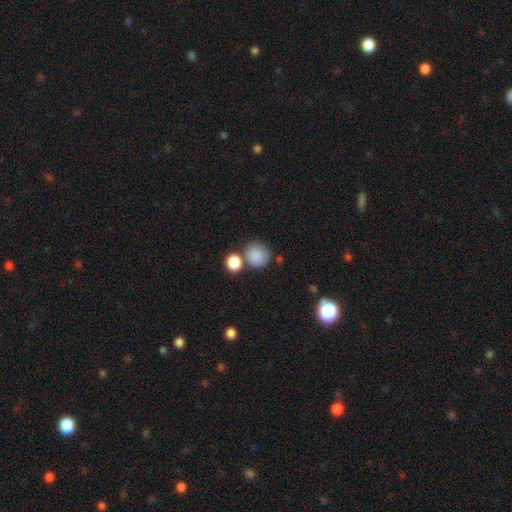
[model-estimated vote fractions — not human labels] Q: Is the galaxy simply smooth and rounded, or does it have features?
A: smooth — 86%.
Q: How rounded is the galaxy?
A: round — 86%.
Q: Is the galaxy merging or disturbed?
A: none — 63%.